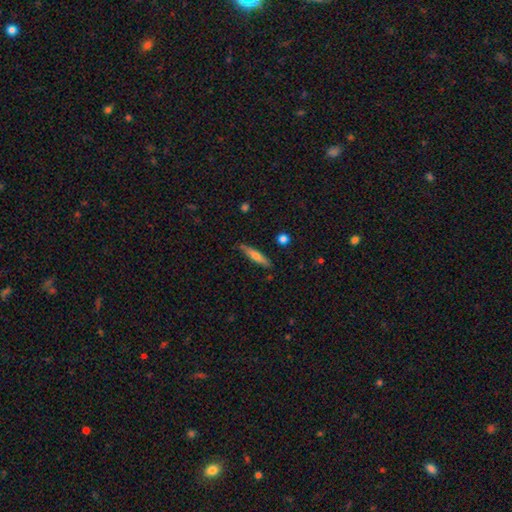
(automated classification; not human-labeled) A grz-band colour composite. It shows a smooth galaxy with no disk features (62%) that is cigar-shaped (85%). Merging: none (82%).